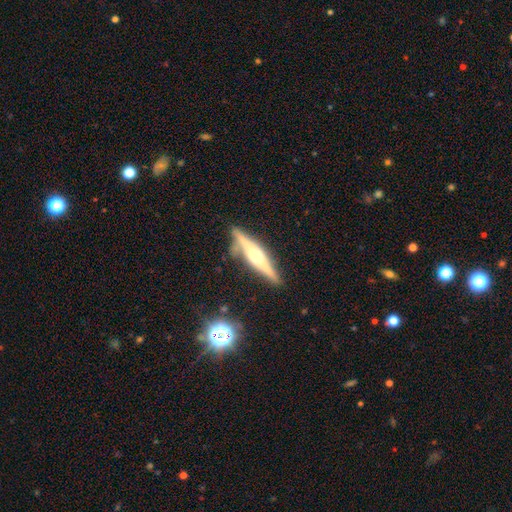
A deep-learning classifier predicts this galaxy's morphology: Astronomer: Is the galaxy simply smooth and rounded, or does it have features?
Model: featured or disk — 70%.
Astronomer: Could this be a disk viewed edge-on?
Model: yes — 95%.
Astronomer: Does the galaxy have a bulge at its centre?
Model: rounded — 88%.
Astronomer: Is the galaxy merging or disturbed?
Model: none — 78%.